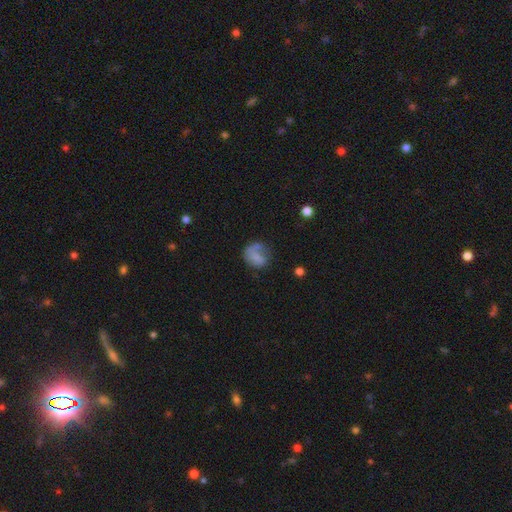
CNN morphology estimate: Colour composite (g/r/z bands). It shows a smooth galaxy with no disk features (65%) that is round (51%). Merging: none (38%).